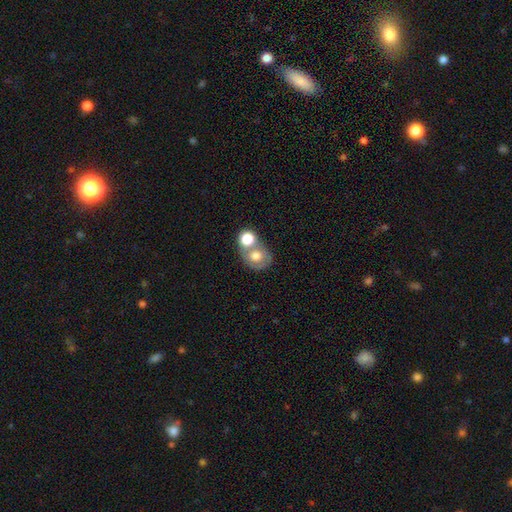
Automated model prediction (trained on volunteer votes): This appears to be a smooth galaxy with no disk features (65%) that is round (59%). Merging: merger (55%).